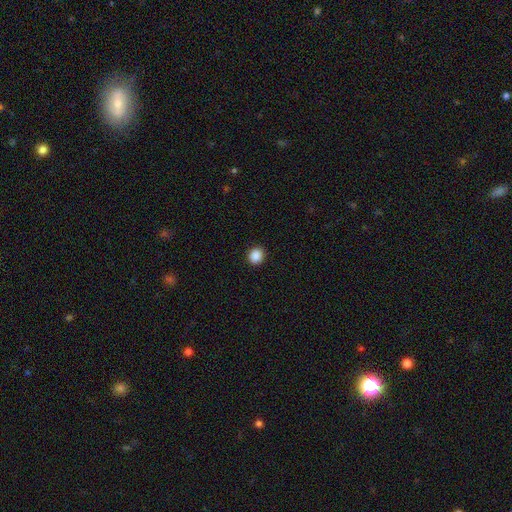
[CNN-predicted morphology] Smooth or featured? Predicted: smooth (p=0.88). How rounded? Predicted: round (p=0.84). Merging? Predicted: none (p=0.92).